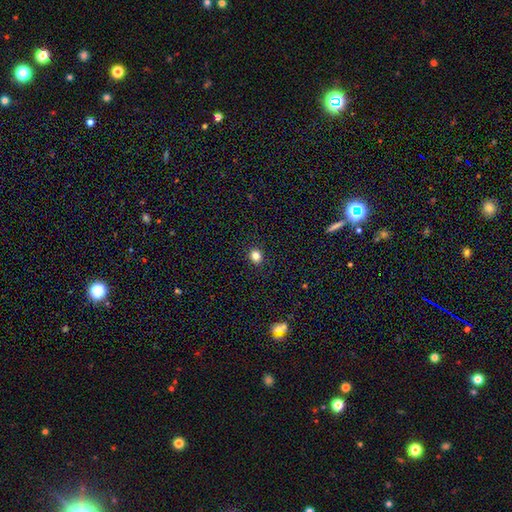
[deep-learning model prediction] Overall: smooth (83%). How rounded: round (83%). Merging: none (91%).